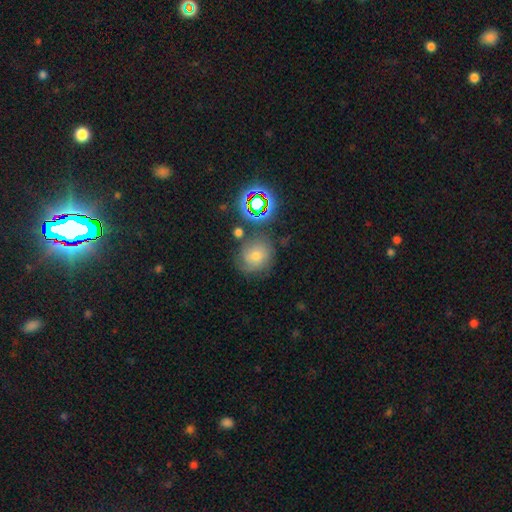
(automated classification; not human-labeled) This is possibly a smooth galaxy (45%). Merging: likely none (67%).